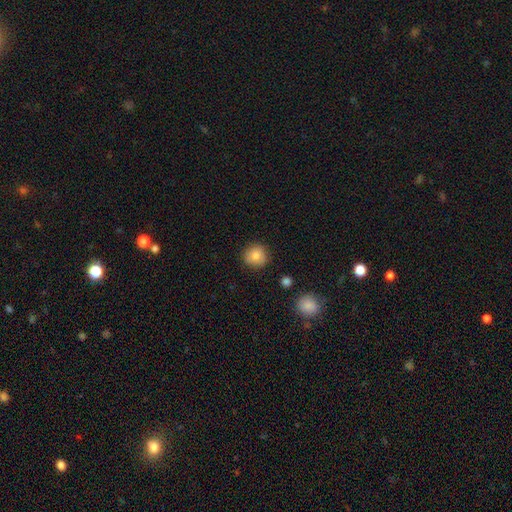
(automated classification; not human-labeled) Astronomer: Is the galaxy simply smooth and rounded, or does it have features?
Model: smooth — 83%.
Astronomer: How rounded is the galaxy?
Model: round — 91%.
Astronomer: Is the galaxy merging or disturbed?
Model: none — 85%.